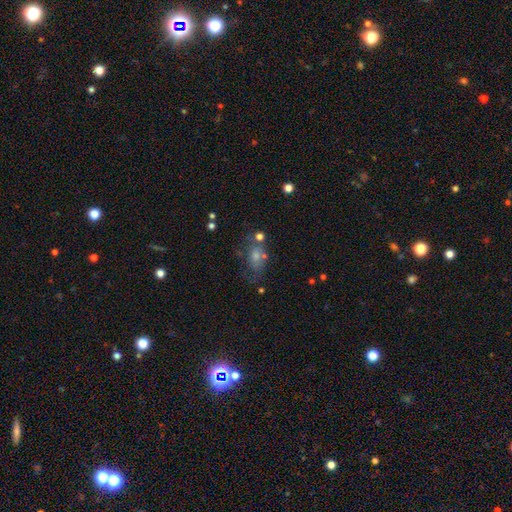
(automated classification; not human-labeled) Smooth or featured? smooth (42%)
Merging? none (51%)